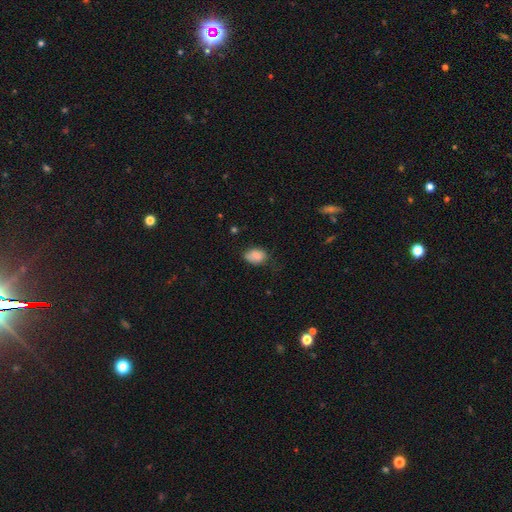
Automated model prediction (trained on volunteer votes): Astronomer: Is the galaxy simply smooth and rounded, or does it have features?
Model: smooth — 87%.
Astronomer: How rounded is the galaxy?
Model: in between — 81%.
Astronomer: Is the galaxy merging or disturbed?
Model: none — 61%.